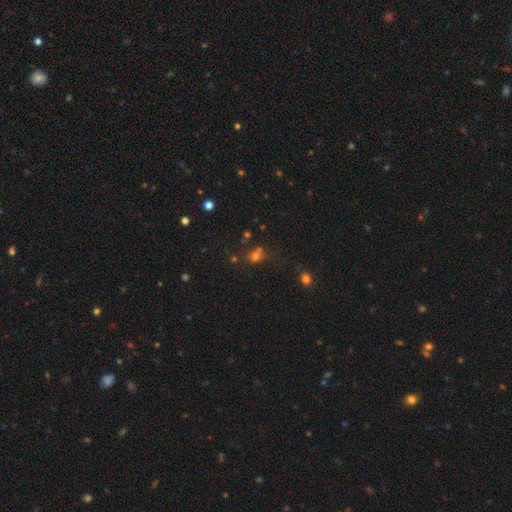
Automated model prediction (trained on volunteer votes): Morphology: type=smooth (65%); roundness=round (61%); merging=none (49%).